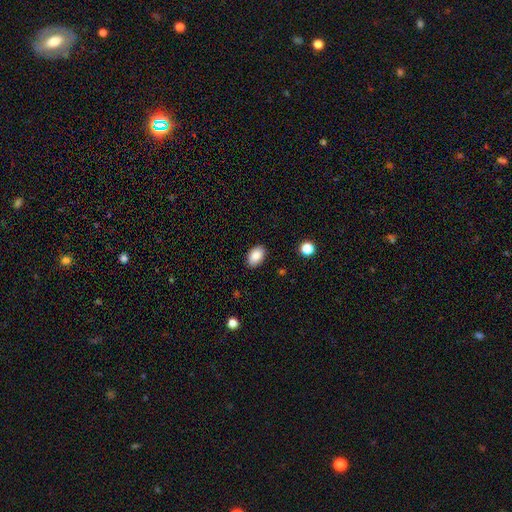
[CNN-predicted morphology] Q: Smooth or featured?
A: smooth (88%); runner-up: star or artifact (8%)
Q: How rounded?
A: in between (89%); runner-up: round (10%)
Q: Merging?
A: none (88%); runner-up: minor disturbance (9%)